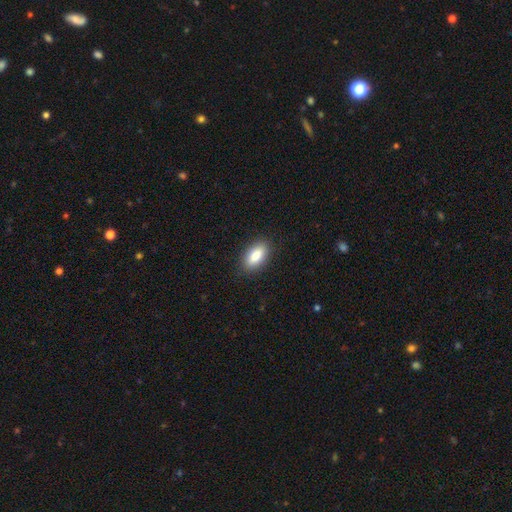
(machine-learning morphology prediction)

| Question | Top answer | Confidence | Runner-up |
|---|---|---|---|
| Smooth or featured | smooth | 84% | featured or disk (9%) |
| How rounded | in between | 88% | cigar-shaped (8%) |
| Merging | none | 88% | minor disturbance (9%) |